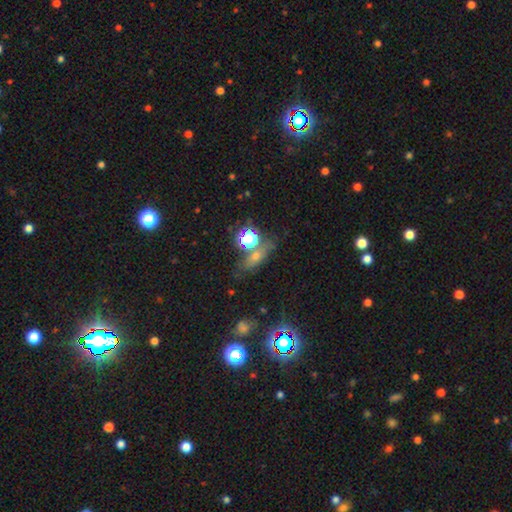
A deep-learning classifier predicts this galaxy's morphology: type=star or artifact (43%).